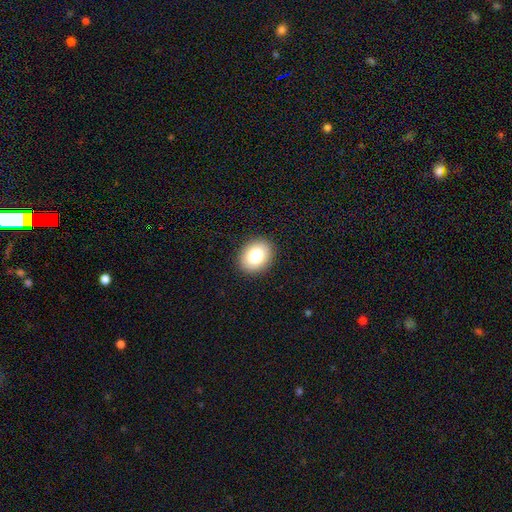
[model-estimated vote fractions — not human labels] This is clearly a smooth galaxy (81%). How rounded: possibly in between (57%). Merging: clearly none (90%).